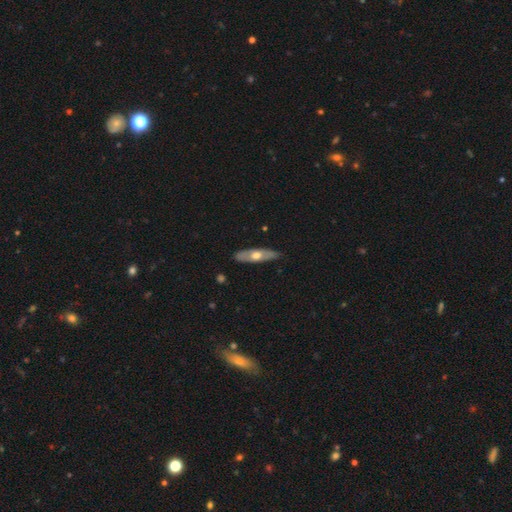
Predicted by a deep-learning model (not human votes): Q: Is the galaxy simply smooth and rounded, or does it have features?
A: featured or disk — 50%.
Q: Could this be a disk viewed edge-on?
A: yes — 53%.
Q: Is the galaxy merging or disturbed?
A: none — 83%.